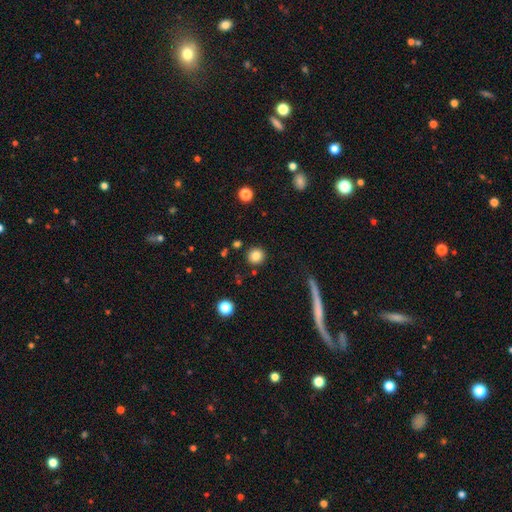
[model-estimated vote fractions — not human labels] Smooth or featured? Predicted: smooth (p=0.83). How rounded? Predicted: round (p=0.92). Merging? Predicted: none (p=0.89).